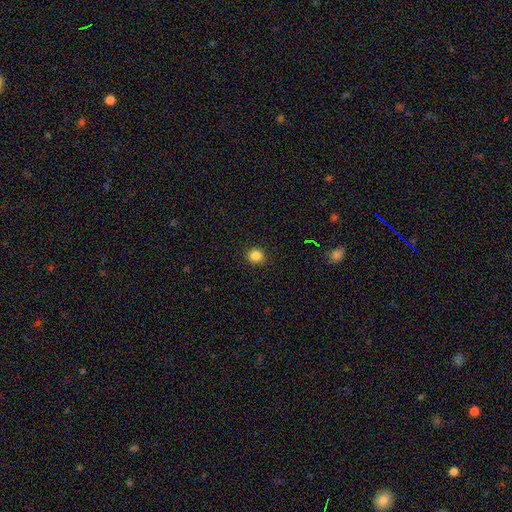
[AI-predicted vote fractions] Smooth or featured: smooth — 85% (star or artifact — 12%)
How rounded: round — 91% (in between — 8%)
Merging: none — 92% (minor disturbance — 5%)